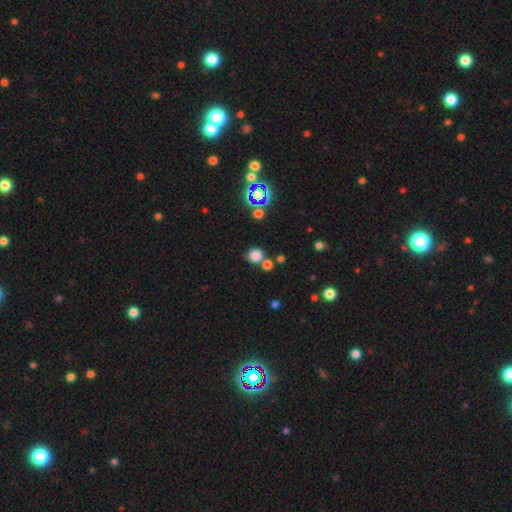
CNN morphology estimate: Overall: smooth (76%). How rounded: round (85%). Merging: none (67%).